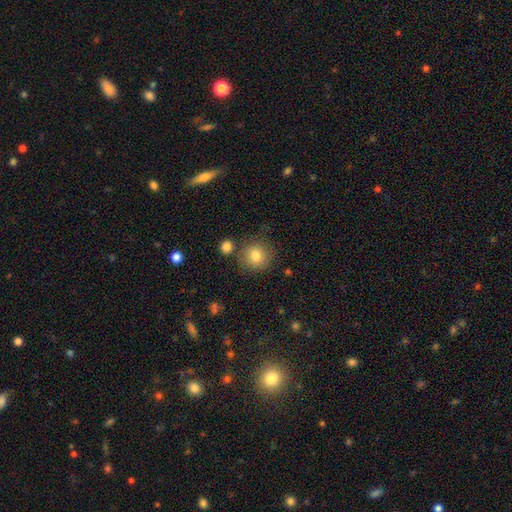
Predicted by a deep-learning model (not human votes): Overall: smooth (80%). How rounded: round (91%). Merging: none (79%).